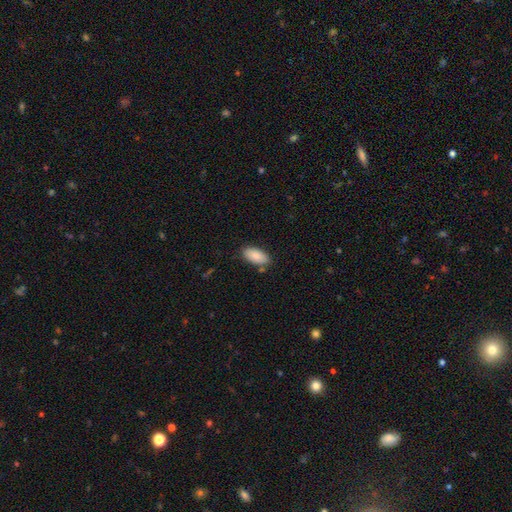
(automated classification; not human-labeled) Smooth or featured? Predicted: smooth (p=0.86). How rounded? Predicted: in between (p=0.93). Merging? Predicted: none (p=0.81).